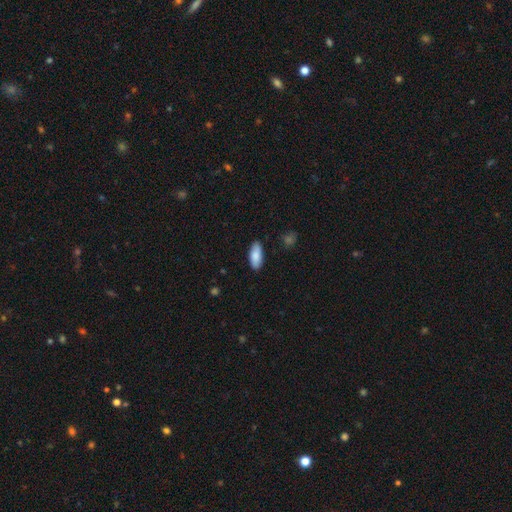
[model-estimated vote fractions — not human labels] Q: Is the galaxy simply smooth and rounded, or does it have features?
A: smooth — 86%.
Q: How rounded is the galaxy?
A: in between — 84%.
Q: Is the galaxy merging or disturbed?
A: none — 87%.